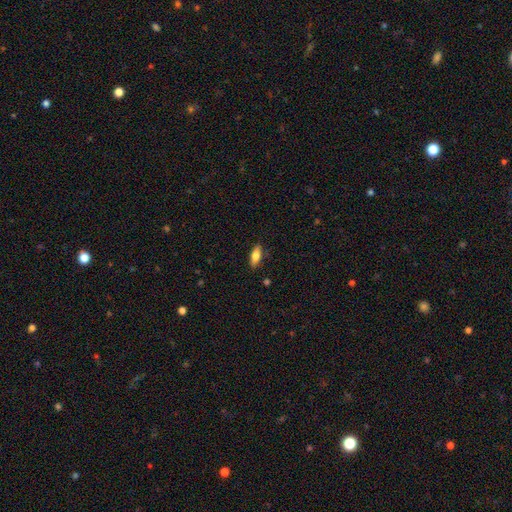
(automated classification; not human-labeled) A smooth galaxy with no disk features (76%) that is in between round and cigar-shaped (74%). Merging: none (85%).